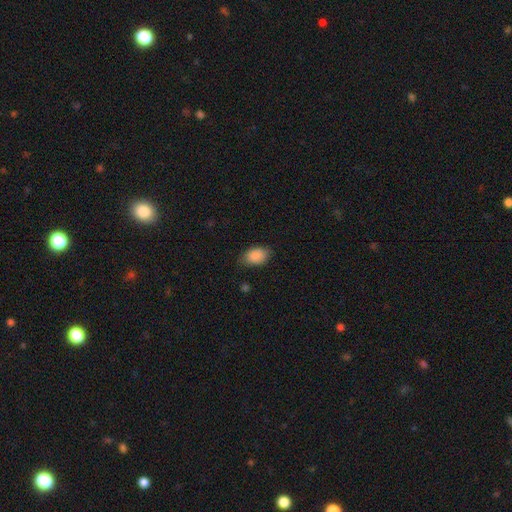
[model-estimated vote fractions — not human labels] Smooth or featured? smooth (89%)
How rounded? in between (87%)
Merging? none (76%)